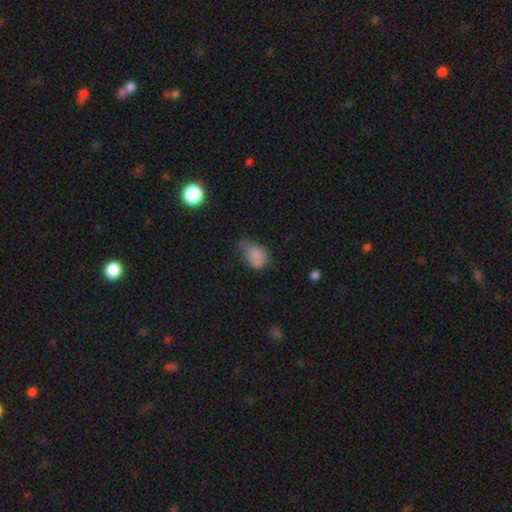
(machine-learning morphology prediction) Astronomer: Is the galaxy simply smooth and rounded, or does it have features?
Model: smooth — 81%.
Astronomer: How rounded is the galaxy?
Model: in between — 84%.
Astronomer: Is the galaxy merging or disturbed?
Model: minor disturbance — 42% (runner-up: none, 37%).